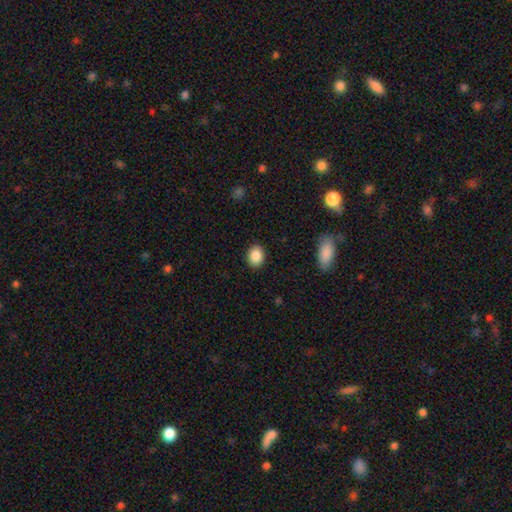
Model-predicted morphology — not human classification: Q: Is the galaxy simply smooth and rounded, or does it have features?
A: smooth — 88%.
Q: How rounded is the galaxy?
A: in between — 57%.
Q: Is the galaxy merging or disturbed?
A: none — 89%.